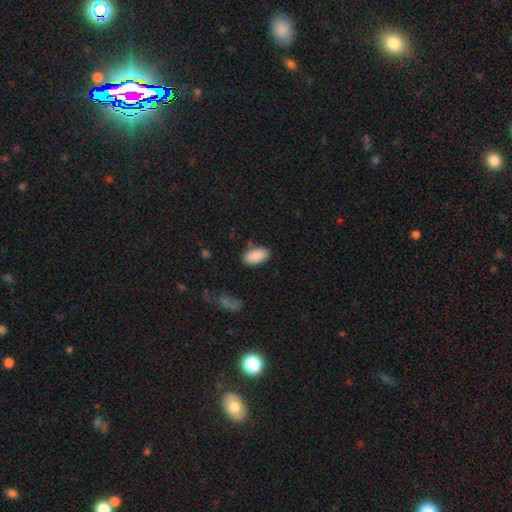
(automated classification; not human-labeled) Smooth or featured?
  - smooth: 90% *
  - star or artifact: 7%
  - featured or disk: 4%
How rounded?
  - in between: 95% *
  - cigar-shaped: 3%
  - round: 3%
Merging?
  - none: 81% *
  - minor disturbance: 12%
  - major disturbance: 3%
  - merger: 3%